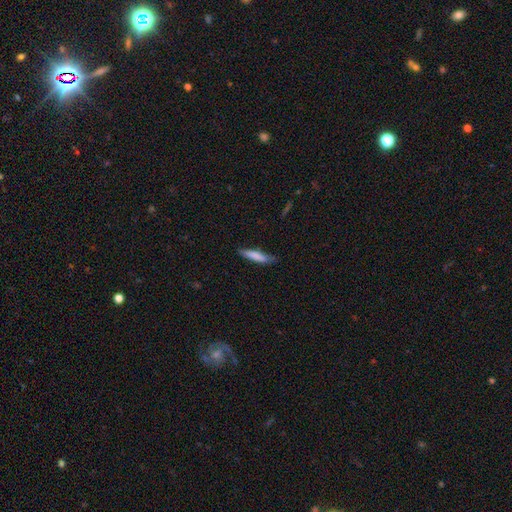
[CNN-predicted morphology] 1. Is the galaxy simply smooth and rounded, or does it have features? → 78% smooth, 16% featured or disk, 6% star or artifact.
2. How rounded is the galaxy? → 86% cigar-shaped, 13% in between, 1% round.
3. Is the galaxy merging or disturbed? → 77% none, 18% minor disturbance, 3% major disturbance, 1% merger.